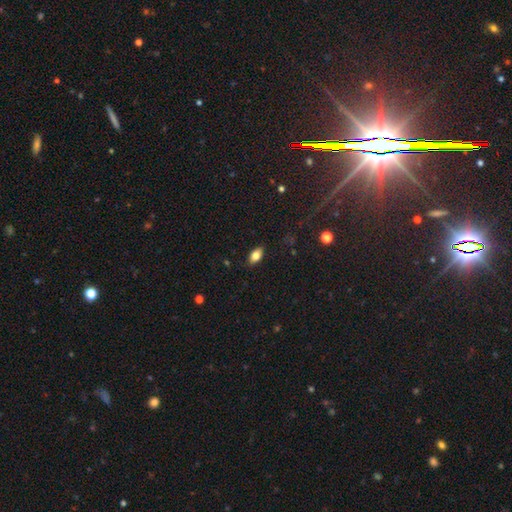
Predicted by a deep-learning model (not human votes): Morphology: type=smooth (78%); roundness=in between (89%); merging=none (86%).